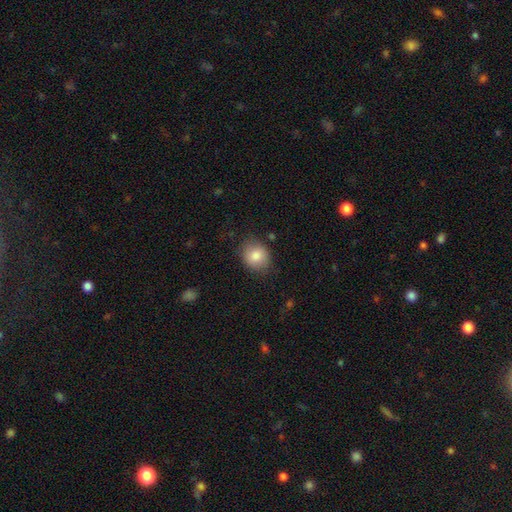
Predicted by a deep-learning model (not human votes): The model was most divided on "how rounded": round: 63%, in between: 36%, cigar-shaped: 1%. More confident: smooth or featured — smooth (83%); merging — none (80%).